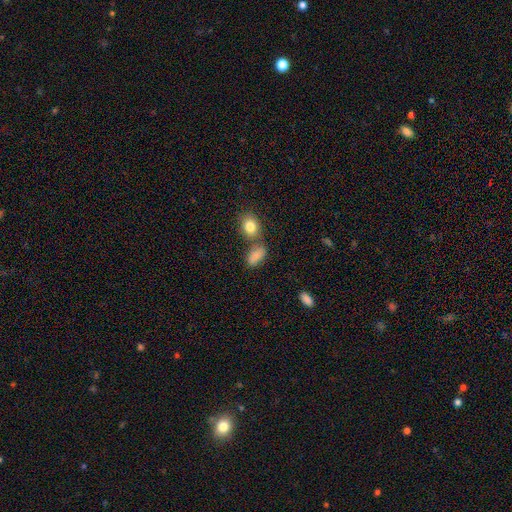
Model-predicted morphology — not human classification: Smooth or featured: smooth — 83% (star or artifact — 10%)
How rounded: in between — 88% (round — 9%)
Merging: none — 53% (merger — 24%)